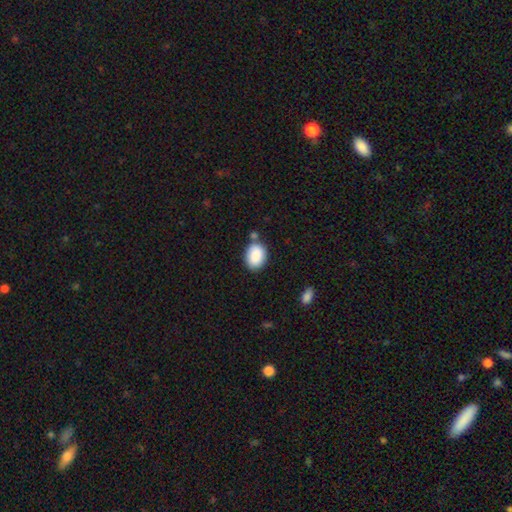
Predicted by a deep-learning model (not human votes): A smooth galaxy with no disk features (88%) that is in between round and cigar-shaped (74%).

Vote fractions:
- Smooth or featured? smooth: 88% / star or artifact: 7% / featured or disk: 5%
- How rounded? in between: 74% / round: 25% / cigar-shaped: 1%
- Merging? none: 72% / minor disturbance: 15% / merger: 10% / major disturbance: 4%